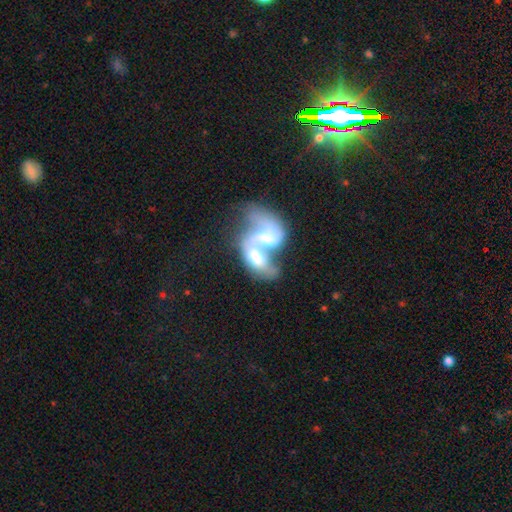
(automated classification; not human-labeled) Morphology: type=featured or disk (52%); edge-on=no (95%); merging=merger (79%).